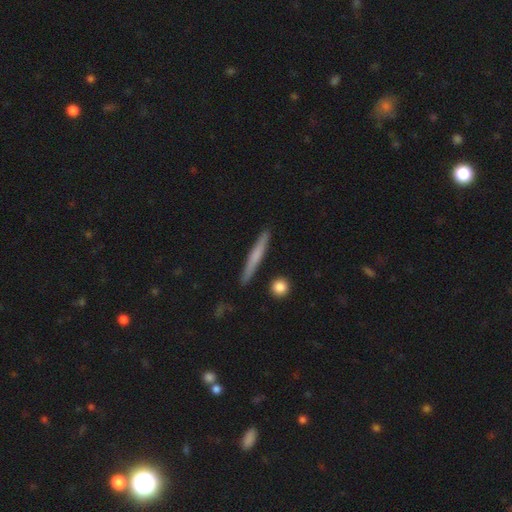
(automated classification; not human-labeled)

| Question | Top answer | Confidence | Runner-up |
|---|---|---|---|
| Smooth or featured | smooth | 57% | featured or disk (37%) |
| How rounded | cigar-shaped | 95% | in between (3%) |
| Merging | none | 89% | minor disturbance (8%) |